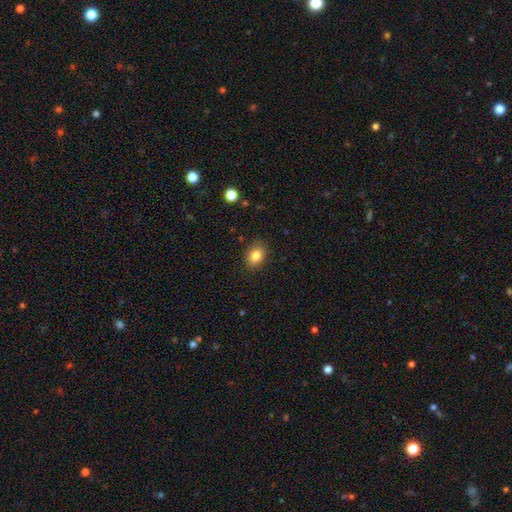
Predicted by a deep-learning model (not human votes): smooth_or_featured: smooth (p=0.84) [alt: star or artifact p=0.09]
how_rounded: in between (p=0.66) [alt: round p=0.33]
merging: none (p=0.86) [alt: minor disturbance p=0.11]